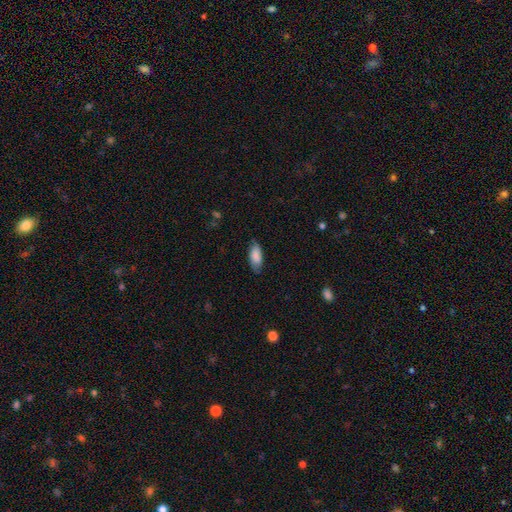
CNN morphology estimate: Smooth or featured? Predicted: smooth (p=0.83). How rounded? Predicted: in between (p=0.86). Merging? Predicted: none (p=0.75).